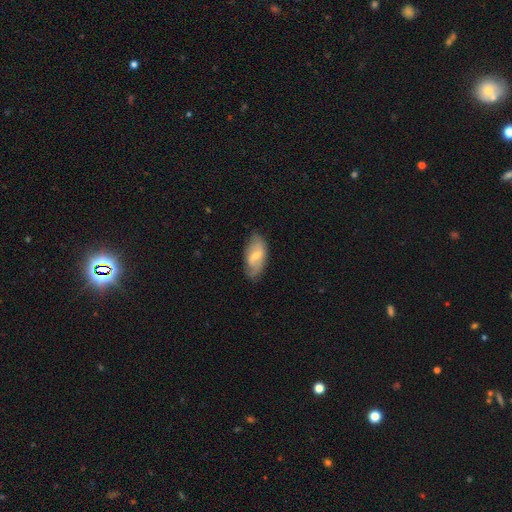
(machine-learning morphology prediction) A featured or disk galaxy (49%).

Vote fractions:
- Smooth or featured? featured or disk: 49% / smooth: 45% / star or artifact: 6%
- Merging? none: 69% / minor disturbance: 23% / major disturbance: 7% / merger: 1%